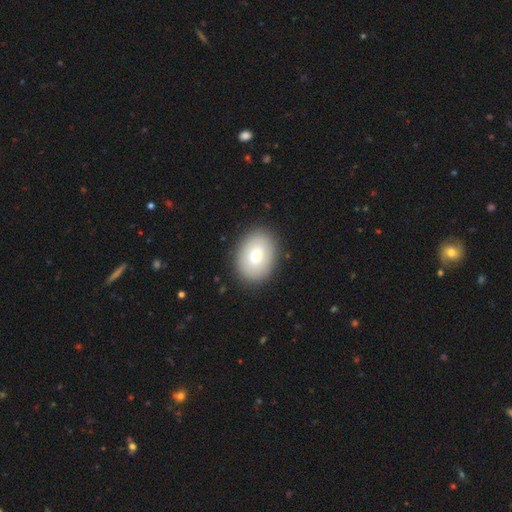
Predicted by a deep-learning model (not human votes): Morphology: type=smooth (76%); roundness=in between (70%); merging=none (88%).